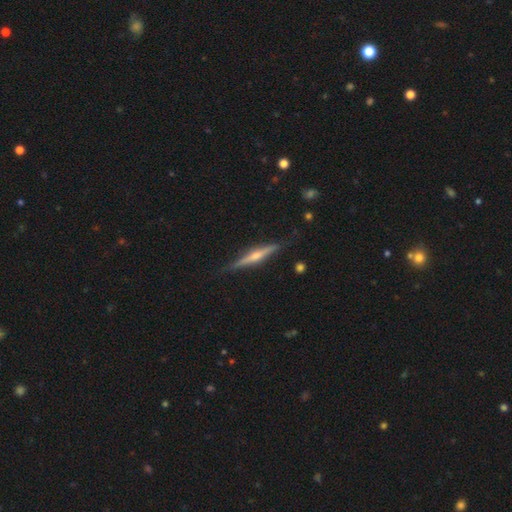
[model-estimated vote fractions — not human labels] Morphology: type=featured or disk (75%); edge-on=yes (98%); edge-on bulge=rounded (86%); merging=none (86%).